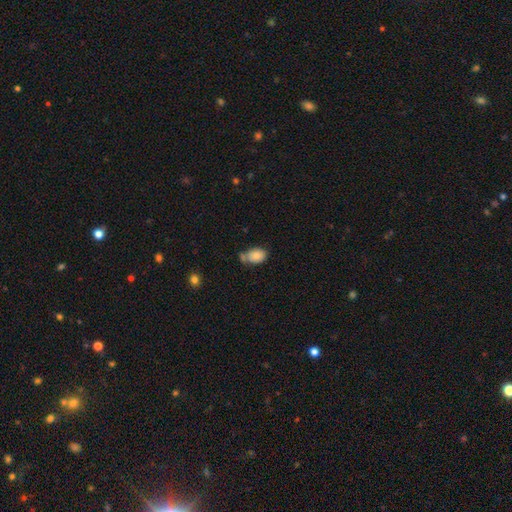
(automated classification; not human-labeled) smooth-or-featured: smooth: 83% | featured or disk: 9% | star or artifact: 8%
  how-rounded: in between: 81% | round: 18% | cigar-shaped: 1%
  merging: none: 49% | minor disturbance: 23% | merger: 21% | major disturbance: 7%